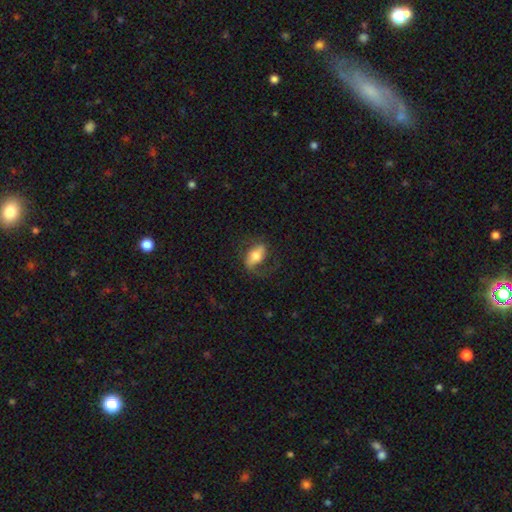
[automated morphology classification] featured or disk 48%, smooth 45%, star or artifact 7%. Down the decision tree: merging — none (62%).